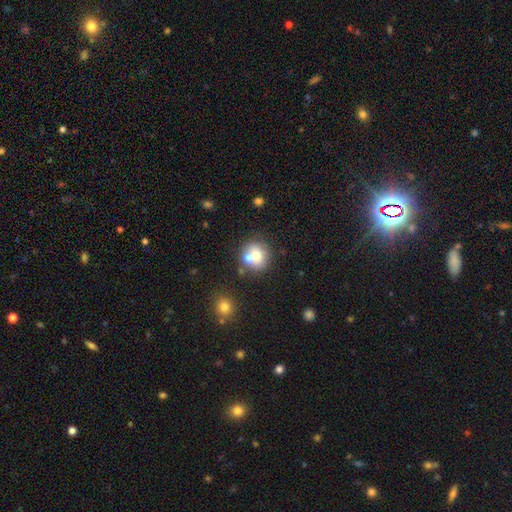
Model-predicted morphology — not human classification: A smooth galaxy with no disk features (66%) that is round (87%).

Vote fractions:
- Smooth or featured? smooth: 66% / featured or disk: 23% / star or artifact: 12%
- How rounded? round: 87% / in between: 12% / cigar-shaped: 1%
- Merging? none: 55% / merger: 32% / minor disturbance: 9% / major disturbance: 4%